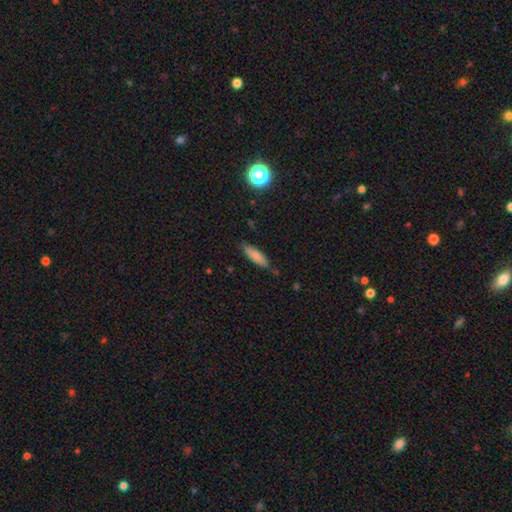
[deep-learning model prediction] smooth-or-featured: smooth: 80% | featured or disk: 13% | star or artifact: 8%
  how-rounded: cigar-shaped: 58% | in between: 41% | round: 2%
  merging: none: 81% | minor disturbance: 14% | major disturbance: 2% | merger: 2%